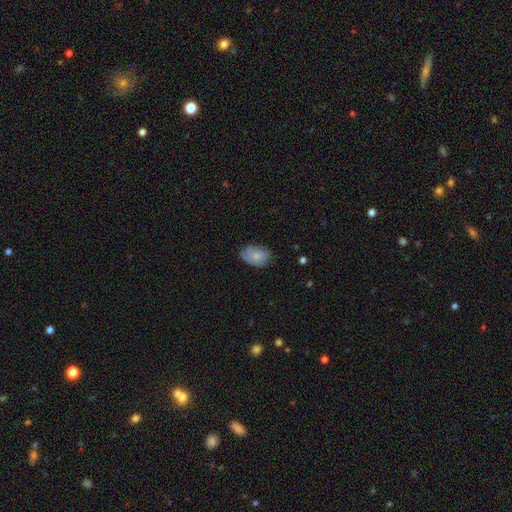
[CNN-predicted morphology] Smooth or featured?
  - smooth: 72% *
  - featured or disk: 20%
  - star or artifact: 7%
How rounded?
  - in between: 85% *
  - round: 13%
  - cigar-shaped: 1%
Merging?
  - none: 65% *
  - minor disturbance: 28%
  - major disturbance: 6%
  - merger: 1%